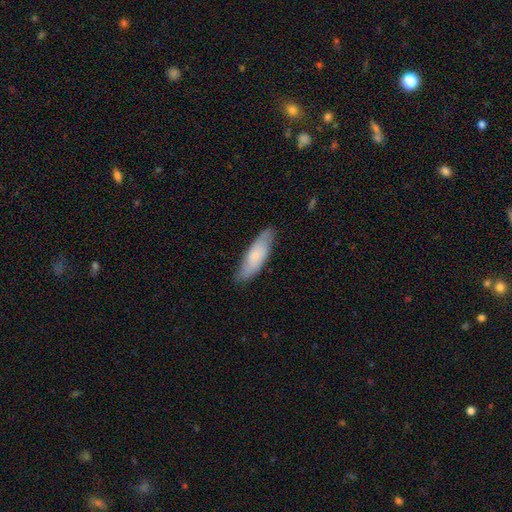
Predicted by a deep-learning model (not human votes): Smooth or featured? Predicted: smooth (p=0.71). How rounded? Predicted: in between (p=0.50). Merging? Predicted: none (p=0.80).